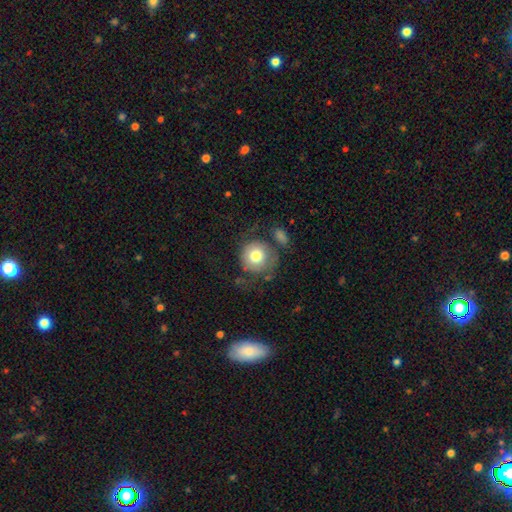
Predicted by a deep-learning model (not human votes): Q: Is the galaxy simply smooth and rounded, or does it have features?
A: smooth — 73%.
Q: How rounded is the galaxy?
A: round — 92%.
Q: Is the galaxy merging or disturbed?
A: none — 56%.